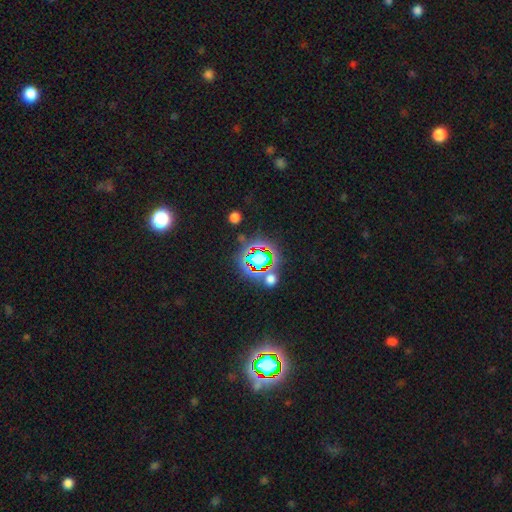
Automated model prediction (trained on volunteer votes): Overall: star or artifact (78%).